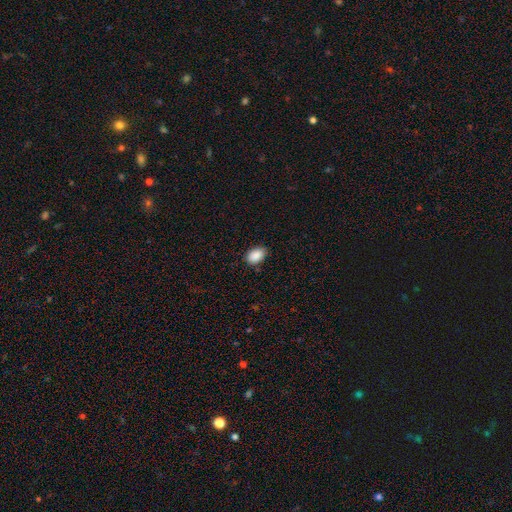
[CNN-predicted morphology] Smooth or featured: smooth — 89% (star or artifact — 7%)
How rounded: in between — 89% (round — 10%)
Merging: none — 85% (minor disturbance — 12%)